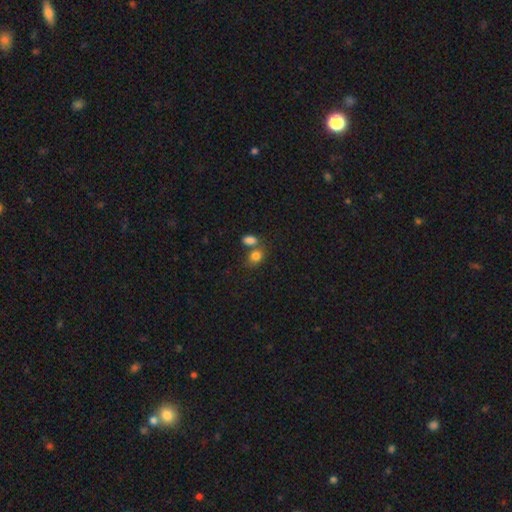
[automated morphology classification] smooth_or_featured: smooth (p=0.82) [alt: star or artifact p=0.11]
how_rounded: in between (p=0.63) [alt: round p=0.35]
merging: none (p=0.43) [alt: merger p=0.42]